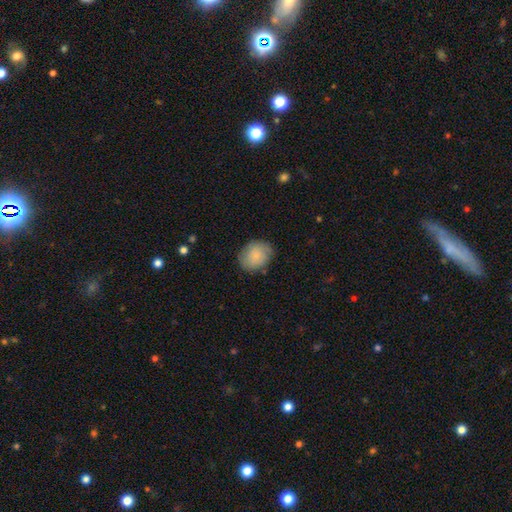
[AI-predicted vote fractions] This appears to be a smooth galaxy with no disk features (78%) that is round (59%). Merging: none (77%).